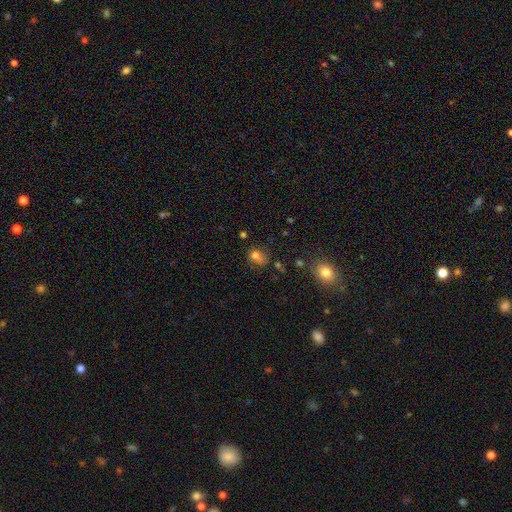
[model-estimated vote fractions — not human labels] This is likely a smooth galaxy (72%). How rounded: possibly round (53%). Merging: possibly none (50%).